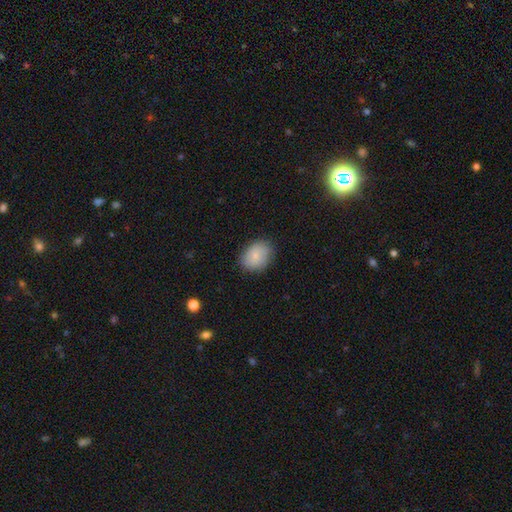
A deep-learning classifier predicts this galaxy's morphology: Smooth or featured? Predicted: smooth (p=0.76). How rounded? Predicted: in between (p=0.66). Merging? Predicted: none (p=0.80).